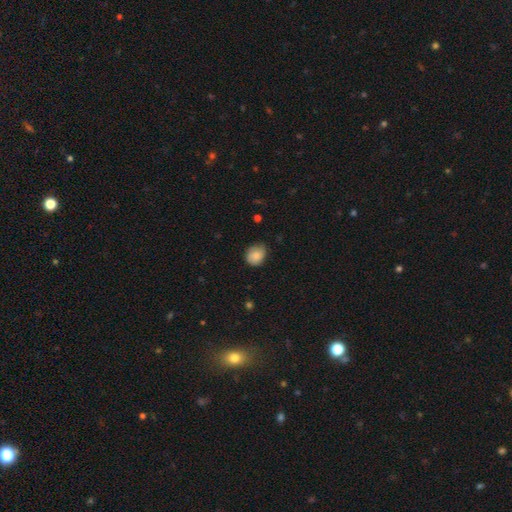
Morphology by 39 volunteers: Volunteers were most divided on "merging": minor disturbance: 53%, none: 44%, major disturbance: 3%, merger: 0%. More confident: smooth or featured — smooth (72%); how rounded — round (71%).